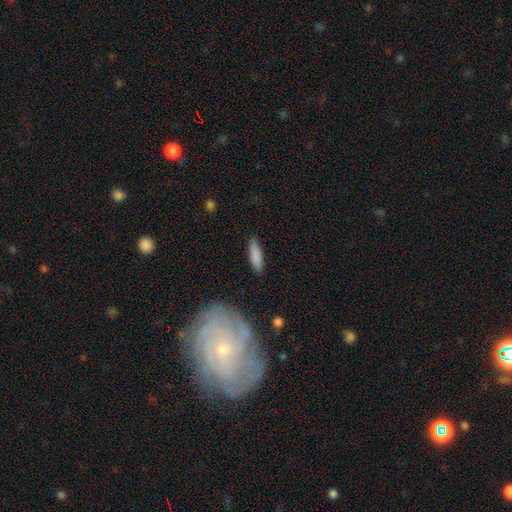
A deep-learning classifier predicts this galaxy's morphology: smooth-or-featured: smooth: 83% | featured or disk: 11% | star or artifact: 6%
  how-rounded: cigar-shaped: 69% | in between: 29% | round: 2%
  merging: none: 87% | minor disturbance: 9% | major disturbance: 2% | merger: 2%